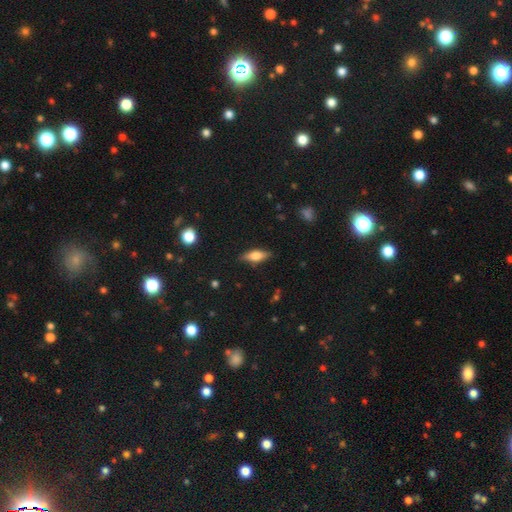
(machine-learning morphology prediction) This appears to be a smooth galaxy with no disk features (58%) that is in between round and cigar-shaped (65%). Merging: none (83%).